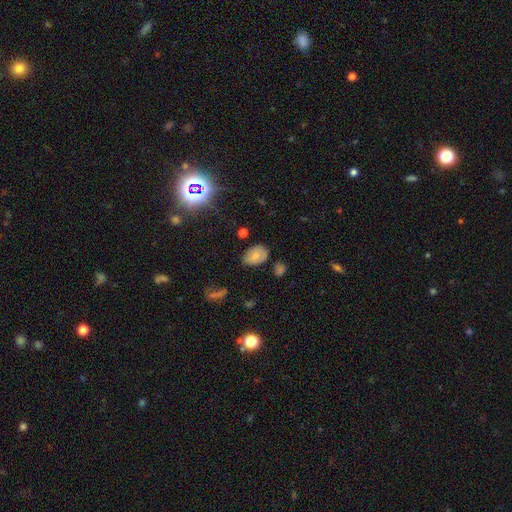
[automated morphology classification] This appears to be a smooth galaxy with no disk features (68%) that is in between round and cigar-shaped (82%). Merging: none (68%).